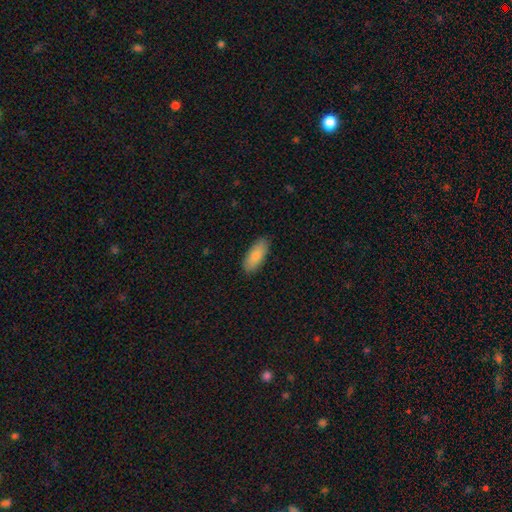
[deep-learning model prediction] Q: Smooth or featured?
A: smooth (87%); runner-up: featured or disk (8%)
Q: How rounded?
A: in between (83%); runner-up: cigar-shaped (16%)
Q: Merging?
A: none (88%); runner-up: minor disturbance (9%)